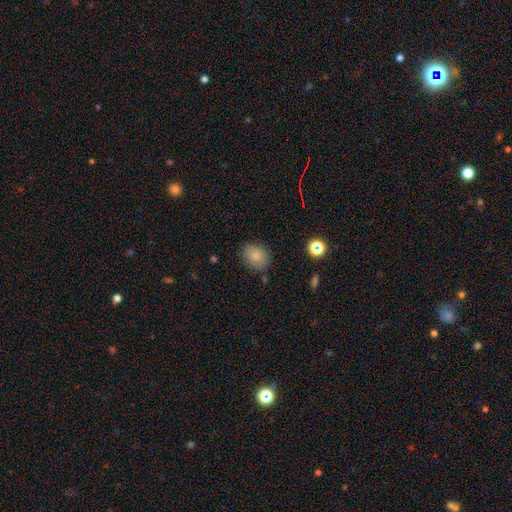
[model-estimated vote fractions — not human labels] A smooth galaxy with no disk features (82%) that is in between round and cigar-shaped (51%).

Vote fractions:
- Smooth or featured? smooth: 82% / star or artifact: 10% / featured or disk: 8%
- How rounded? in between: 51% / round: 48% / cigar-shaped: 1%
- Merging? none: 77% / minor disturbance: 17% / major disturbance: 4% / merger: 2%